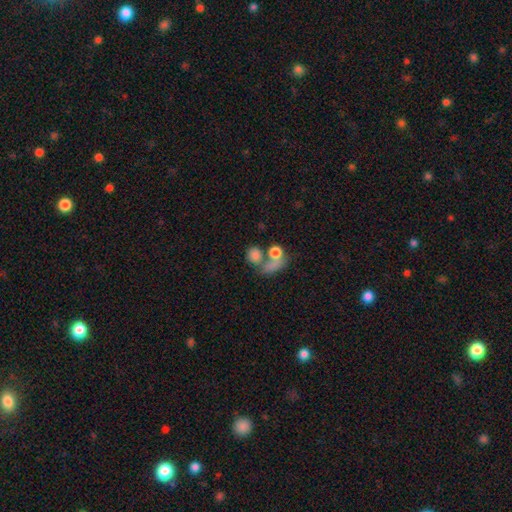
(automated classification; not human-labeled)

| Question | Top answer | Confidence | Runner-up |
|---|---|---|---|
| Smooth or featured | smooth | 74% | star or artifact (14%) |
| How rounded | round | 71% | in between (27%) |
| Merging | merger | 40% | tied: none (40%) |